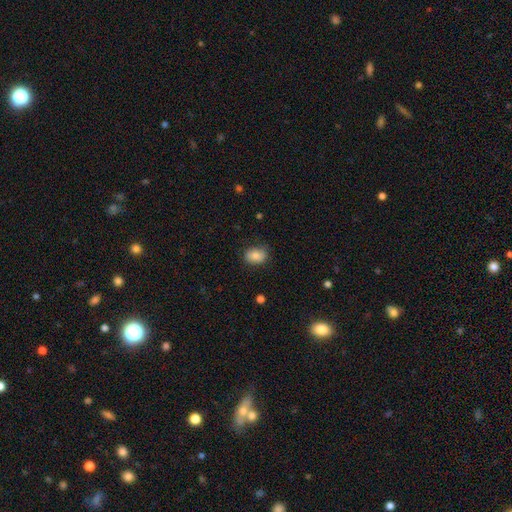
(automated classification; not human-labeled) smooth-or-featured: smooth: 82% | featured or disk: 9% | star or artifact: 8%
  how-rounded: in between: 71% | round: 28% | cigar-shaped: 1%
  merging: none: 78% | minor disturbance: 17% | major disturbance: 4% | merger: 1%